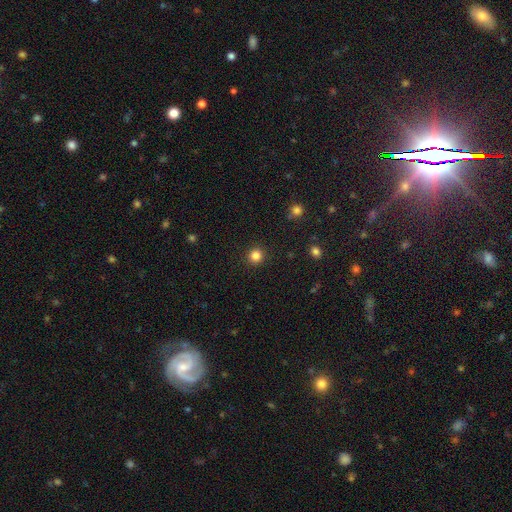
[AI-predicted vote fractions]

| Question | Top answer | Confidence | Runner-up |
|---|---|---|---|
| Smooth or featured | smooth | 84% | star or artifact (12%) |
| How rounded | round | 94% | in between (6%) |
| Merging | none | 92% | minor disturbance (5%) |